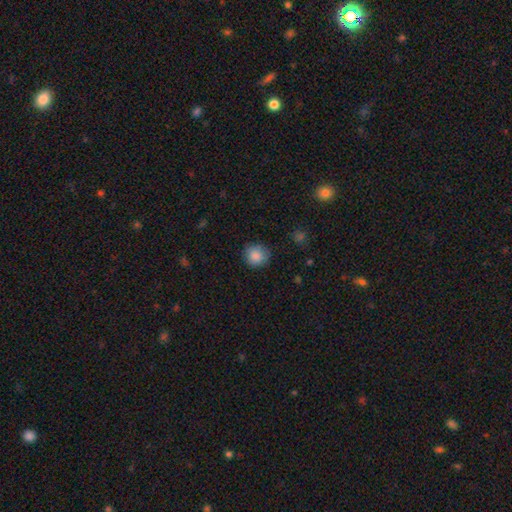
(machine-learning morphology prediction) Overall: smooth (87%). How rounded: round (90%). Merging: none (84%).